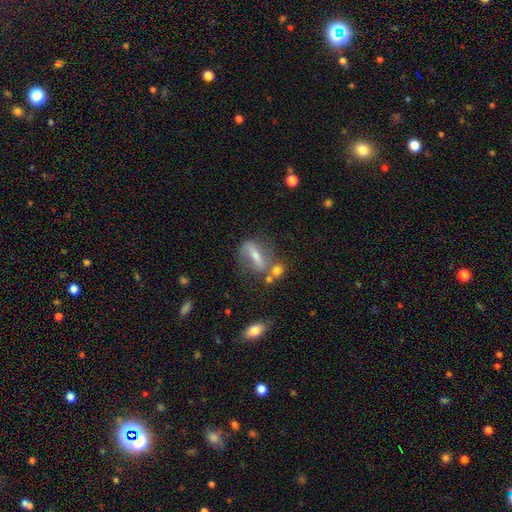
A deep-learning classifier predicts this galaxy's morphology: smooth-or-featured: featured or disk: 51% | smooth: 38% | star or artifact: 12%
  disk-edge-on: no: 66% | yes: 34%
  merging: none: 54% | minor disturbance: 19% | merger: 17% | major disturbance: 11%